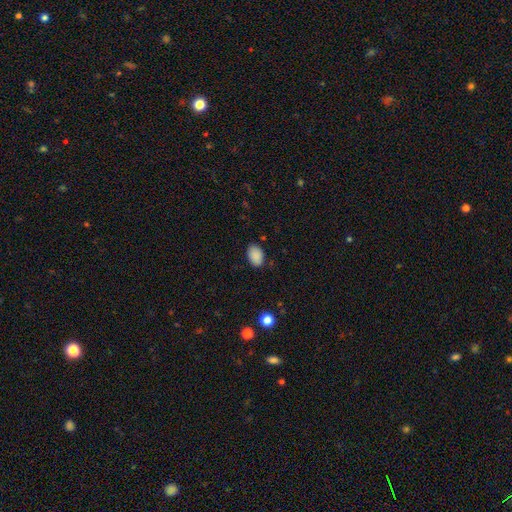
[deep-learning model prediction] The model was most divided on "merging": none: 85%, minor disturbance: 11%, major disturbance: 2%, merger: 1%. More confident: smooth or featured — smooth (89%); how rounded — in between (87%).